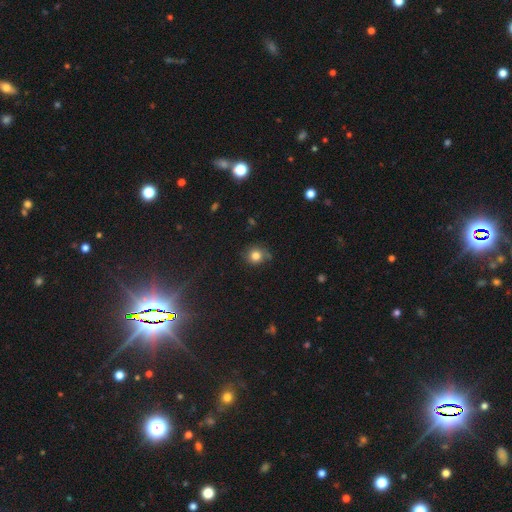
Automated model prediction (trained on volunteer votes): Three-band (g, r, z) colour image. It shows a smooth galaxy with no disk features (81%) that is round (88%). Merging: none (75%).